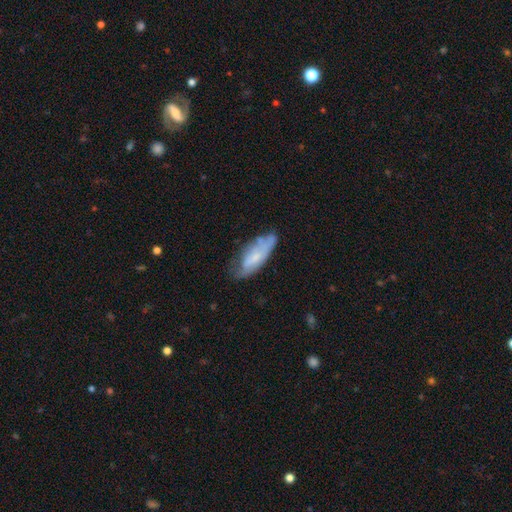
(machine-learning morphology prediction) Smooth or featured? Predicted: smooth (p=0.55). How rounded? Predicted: in between (p=0.68). Merging? Predicted: none (p=0.51).